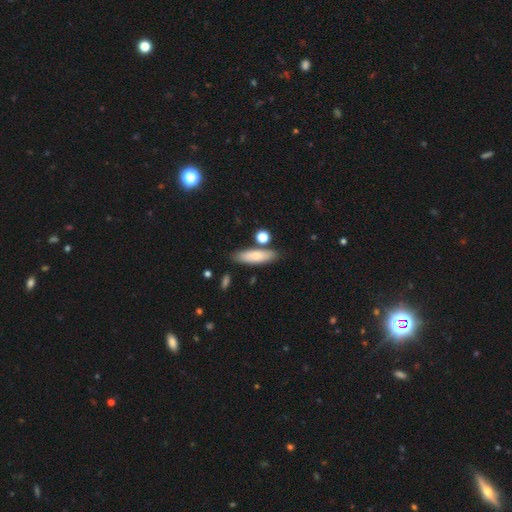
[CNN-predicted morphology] Smooth or featured? Predicted: smooth (p=0.74). How rounded? Predicted: cigar-shaped (p=0.53). Merging? Predicted: none (p=0.77).